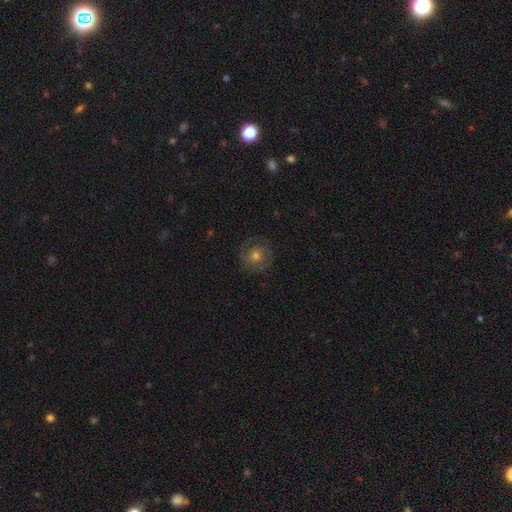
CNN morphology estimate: Smooth or featured: featured or disk — 61% (smooth — 27%)
Edge-on disk: no — 98% (yes — 2%)
Bar: no — 77% (weak — 19%)
Spiral arms: yes — 87% (no — 13%)
Spiral winding: tight — 58% (medium — 34%)
Spiral arm count: 2 — 45% (can't tell — 26%)
Bulge size: moderate — 60% (small — 31%)
Merging: none — 82% (minor disturbance — 12%)